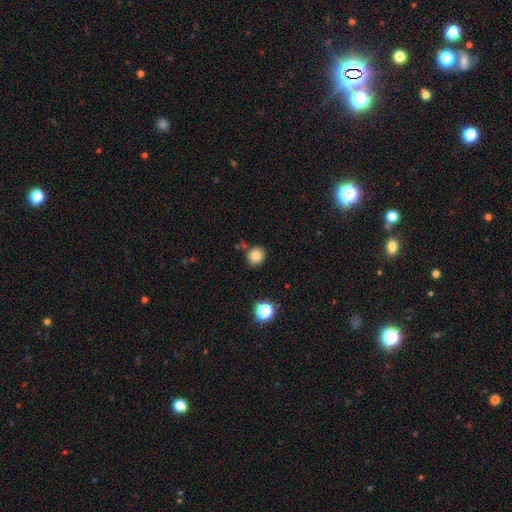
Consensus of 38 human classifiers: Smooth or featured? smooth (84%)
How rounded? round (78%)
Merging? none (89%)